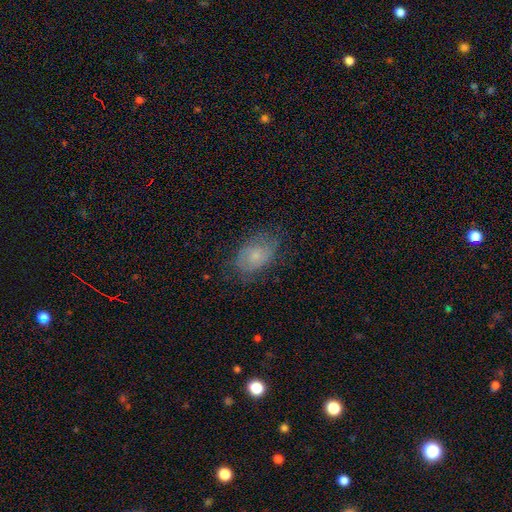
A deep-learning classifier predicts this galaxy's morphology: Q: Smooth or featured?
A: smooth (55%); runner-up: featured or disk (35%)
Q: How rounded?
A: in between (82%); runner-up: round (16%)
Q: Merging?
A: none (66%); runner-up: minor disturbance (23%)